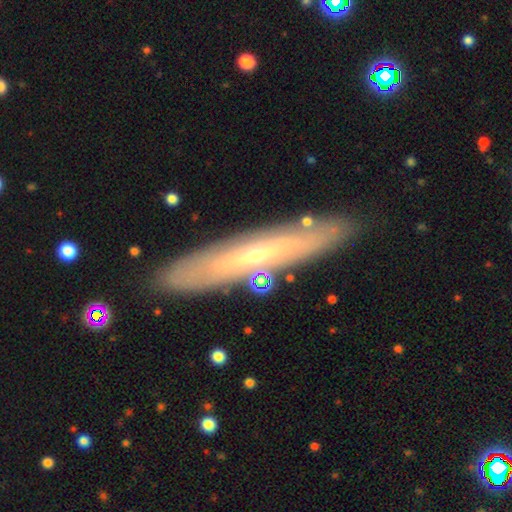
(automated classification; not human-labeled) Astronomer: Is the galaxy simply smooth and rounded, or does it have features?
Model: featured or disk — 62%.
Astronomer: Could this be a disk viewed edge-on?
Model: yes — 73%.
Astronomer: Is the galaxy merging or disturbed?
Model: none — 85%.